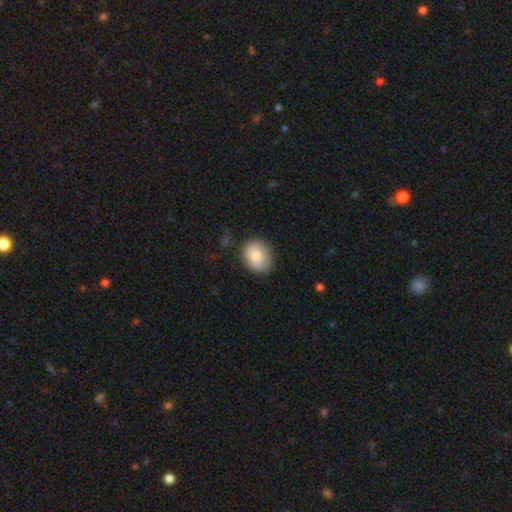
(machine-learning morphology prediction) A smooth galaxy with no disk features (80%) that is in between round and cigar-shaped (50%).

Vote fractions:
- Smooth or featured? smooth: 80% / featured or disk: 13% / star or artifact: 7%
- How rounded? in between: 50% / round: 49% / cigar-shaped: 1%
- Merging? none: 74% / minor disturbance: 20% / major disturbance: 4% / merger: 2%